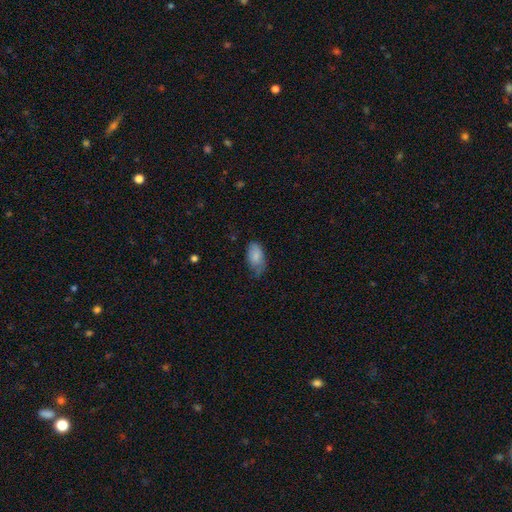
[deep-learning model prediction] This is clearly a smooth galaxy (81%). How rounded: clearly in between (93%). Merging: possibly none (48%).